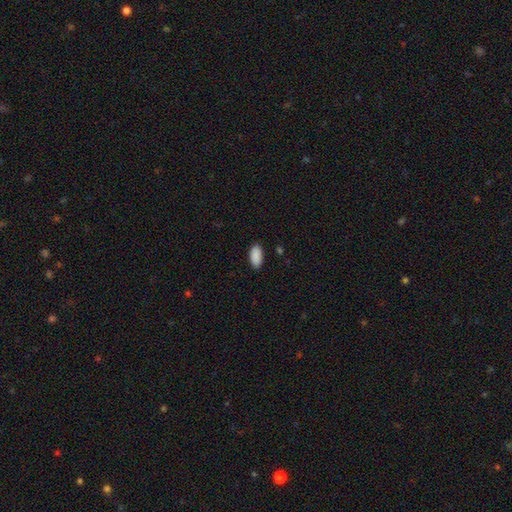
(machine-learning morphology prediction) This appears to be a smooth galaxy with no disk features (91%) that is in between round and cigar-shaped (94%). Merging: none (88%).